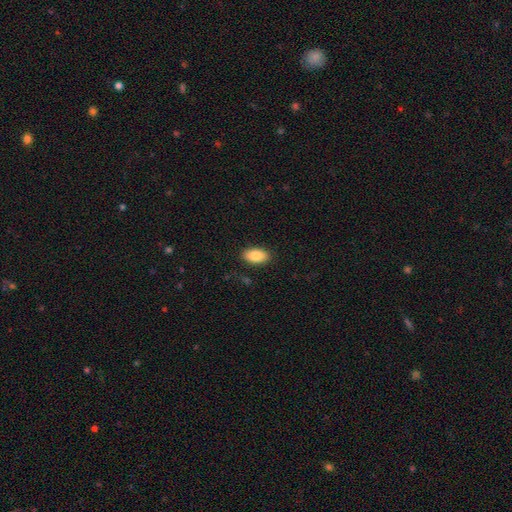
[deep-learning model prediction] Q: Smooth or featured?
A: smooth (83%); runner-up: featured or disk (10%)
Q: How rounded?
A: in between (93%); runner-up: round (5%)
Q: Merging?
A: none (88%); runner-up: minor disturbance (9%)